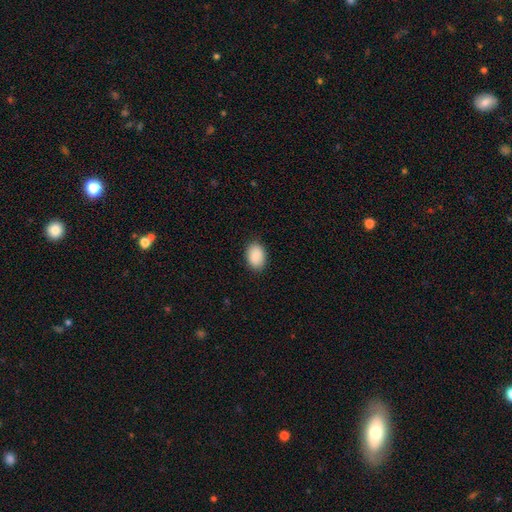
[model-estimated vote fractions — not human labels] This appears to be a smooth galaxy with no disk features (90%) that is in between round and cigar-shaped (82%). Merging: none (89%).